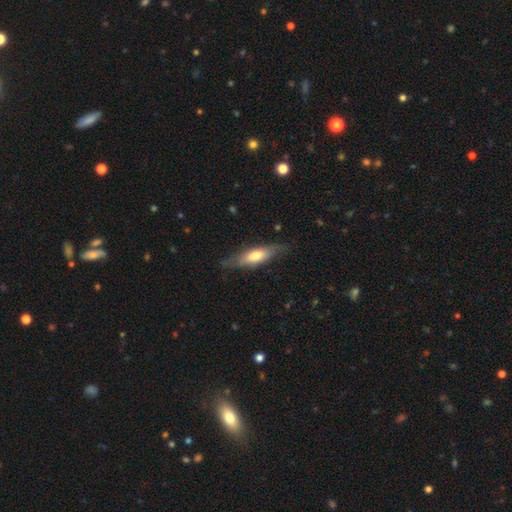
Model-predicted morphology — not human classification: This appears to be a smooth galaxy with no disk features (57%) that is cigar-shaped (54%). Merging: none (73%).